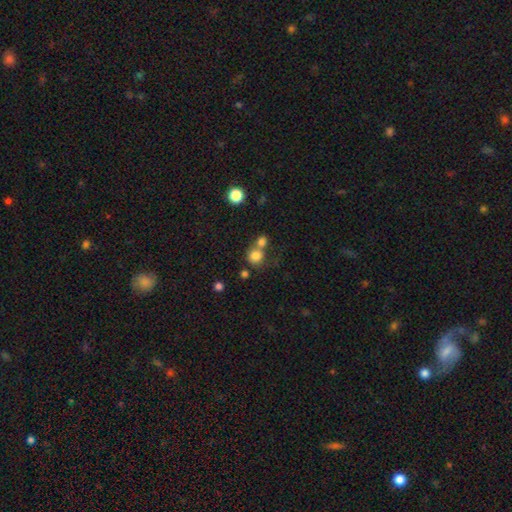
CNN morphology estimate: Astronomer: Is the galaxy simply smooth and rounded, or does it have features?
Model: smooth — 80%.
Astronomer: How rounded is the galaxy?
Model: round — 87%.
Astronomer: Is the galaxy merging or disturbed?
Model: none — 48% (runner-up: merger, 41%).